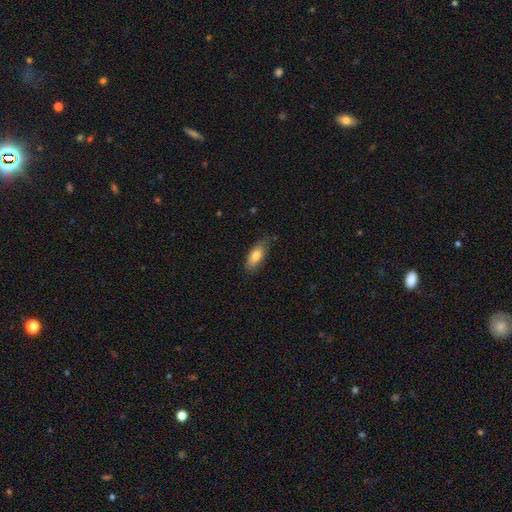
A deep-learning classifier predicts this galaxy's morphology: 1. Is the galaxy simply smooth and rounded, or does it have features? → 79% smooth, 14% featured or disk, 7% star or artifact.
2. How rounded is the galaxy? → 77% in between, 20% cigar-shaped, 2% round.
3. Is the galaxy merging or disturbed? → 77% none, 18% minor disturbance, 3% major disturbance, 1% merger.